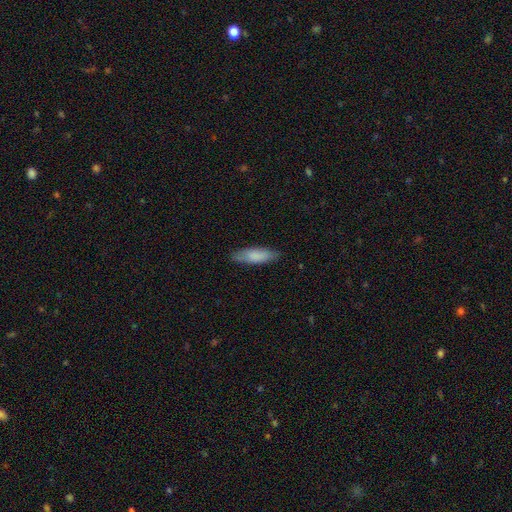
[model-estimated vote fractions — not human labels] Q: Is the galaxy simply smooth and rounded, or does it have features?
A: smooth — 82%.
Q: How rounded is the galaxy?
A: in between — 52%.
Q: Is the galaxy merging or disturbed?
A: none — 84%.